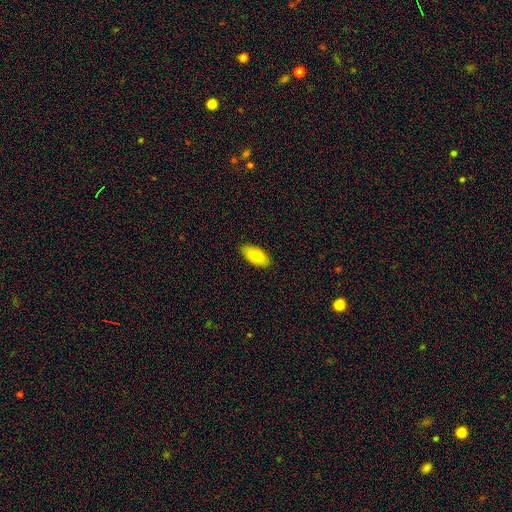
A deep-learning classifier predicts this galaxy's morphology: A smooth galaxy with no disk features (83%) that is in between round and cigar-shaped (93%).

Vote fractions:
- Smooth or featured? smooth: 83% / featured or disk: 11% / star or artifact: 6%
- How rounded? in between: 93% / cigar-shaped: 5% / round: 2%
- Merging? none: 87% / minor disturbance: 10% / major disturbance: 2% / merger: 1%